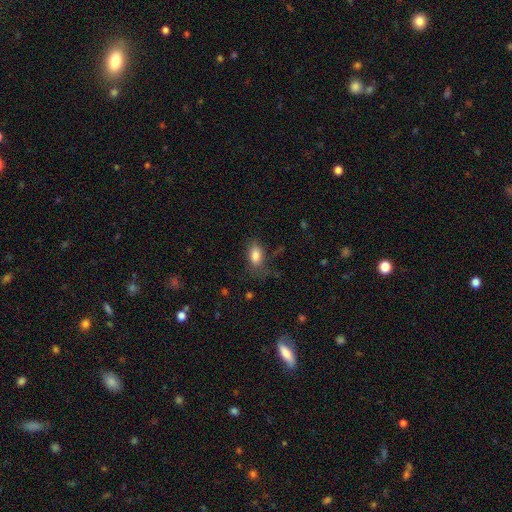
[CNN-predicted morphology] type=smooth (82%); roundness=in between (88%); merging=none (64%).